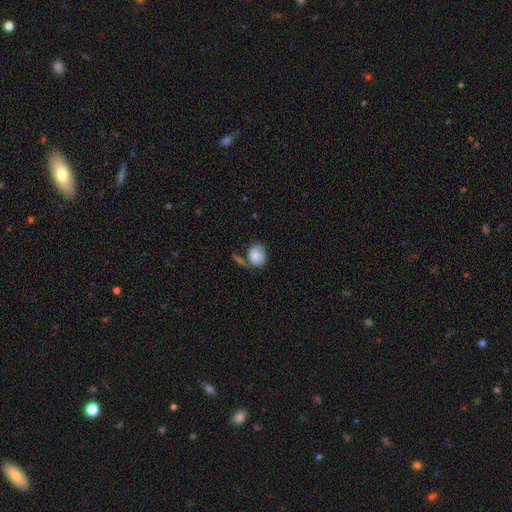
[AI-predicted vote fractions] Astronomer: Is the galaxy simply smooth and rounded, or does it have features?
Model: smooth — 81%.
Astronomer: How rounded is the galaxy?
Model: round — 57% (runner-up: in between, 42%).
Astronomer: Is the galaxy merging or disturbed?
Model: none — 48% (runner-up: minor disturbance, 24%).